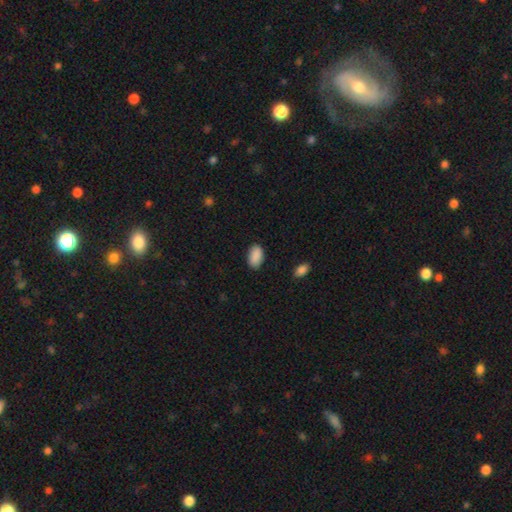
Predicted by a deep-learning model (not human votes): A smooth galaxy with no disk features (90%) that is in between round and cigar-shaped (94%). Merging: none (86%).